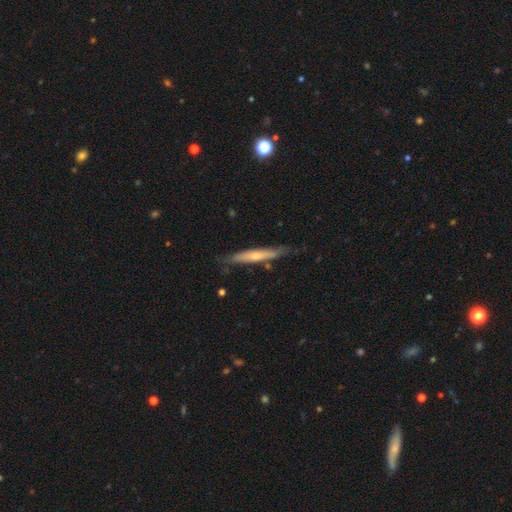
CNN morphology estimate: Smooth or featured? Predicted: featured or disk (p=0.51). Edge-on disk? Predicted: yes (p=0.86). Merging? Predicted: none (p=0.77).